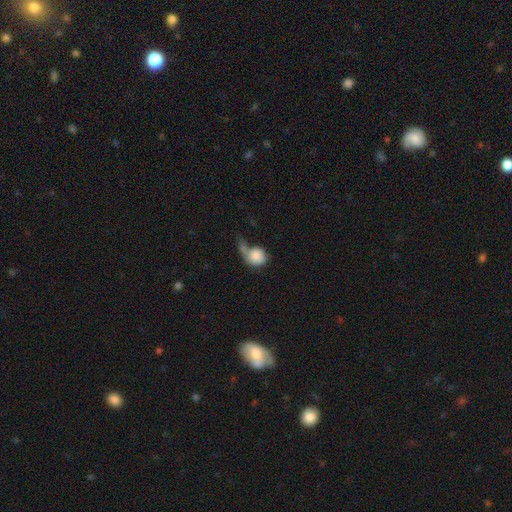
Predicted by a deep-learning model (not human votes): This appears to be a smooth galaxy with no disk features (78%) that is round (73%). Merging: major disturbance (39%).